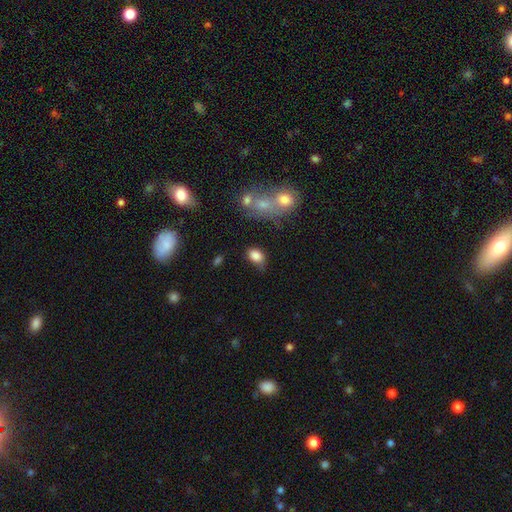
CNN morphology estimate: smooth-or-featured: smooth: 83% | star or artifact: 9% | featured or disk: 8%
  how-rounded: in between: 74% | round: 24% | cigar-shaped: 1%
  merging: none: 46% | minor disturbance: 35% | major disturbance: 11% | merger: 7%